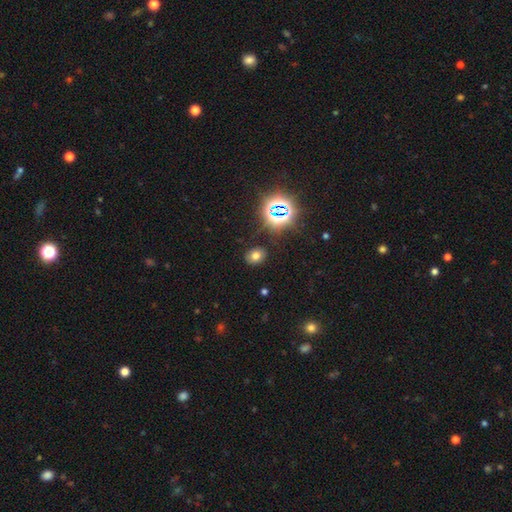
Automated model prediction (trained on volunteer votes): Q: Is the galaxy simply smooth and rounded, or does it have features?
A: smooth — 66%.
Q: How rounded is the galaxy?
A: in between — 53%.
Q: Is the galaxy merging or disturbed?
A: none — 85%.